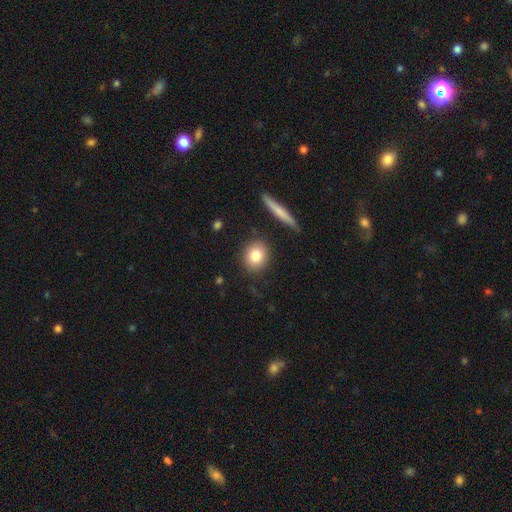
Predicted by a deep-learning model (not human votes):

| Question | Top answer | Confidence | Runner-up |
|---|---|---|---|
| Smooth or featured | smooth | 81% | featured or disk (11%) |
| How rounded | round | 69% | in between (28%) |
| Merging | none | 87% | minor disturbance (8%) |